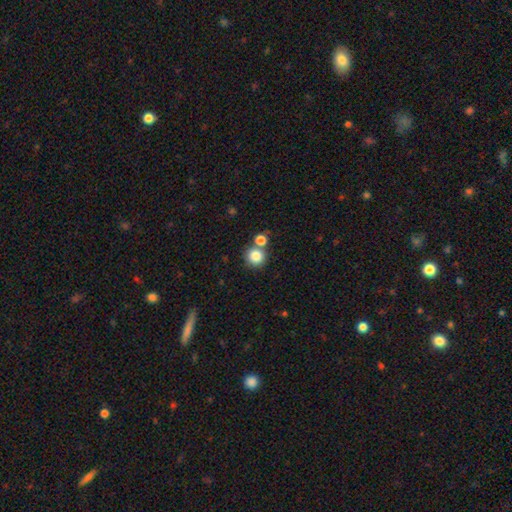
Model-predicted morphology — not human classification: Smooth or featured? smooth (84%)
How rounded? round (92%)
Merging? none (65%)